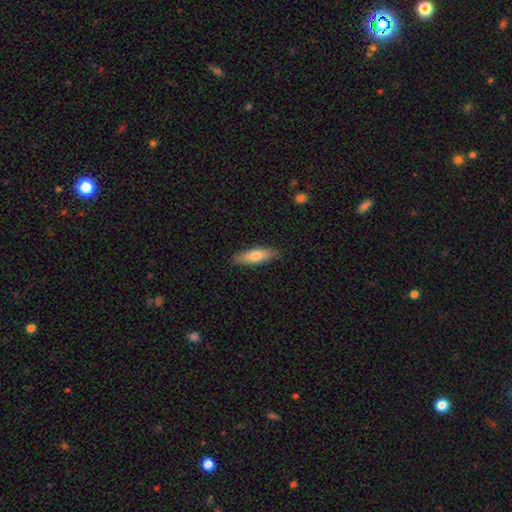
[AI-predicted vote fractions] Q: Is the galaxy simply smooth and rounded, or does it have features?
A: smooth — 71%.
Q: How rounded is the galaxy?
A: cigar-shaped — 56%.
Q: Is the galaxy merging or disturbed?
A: none — 88%.